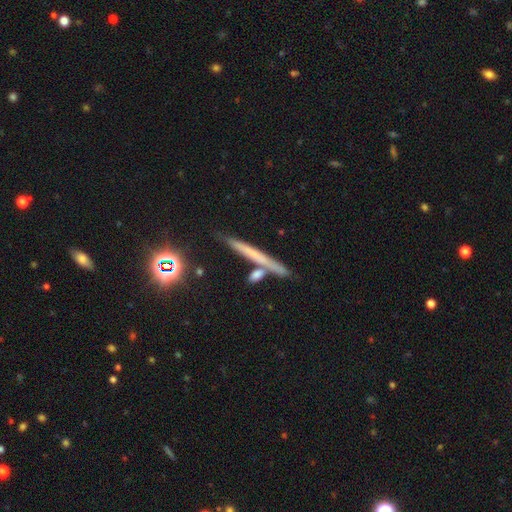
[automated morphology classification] smooth-or-featured: smooth: 47% | featured or disk: 40% | star or artifact: 13%
  merging: none: 76% | merger: 11% | minor disturbance: 10% | major disturbance: 3%